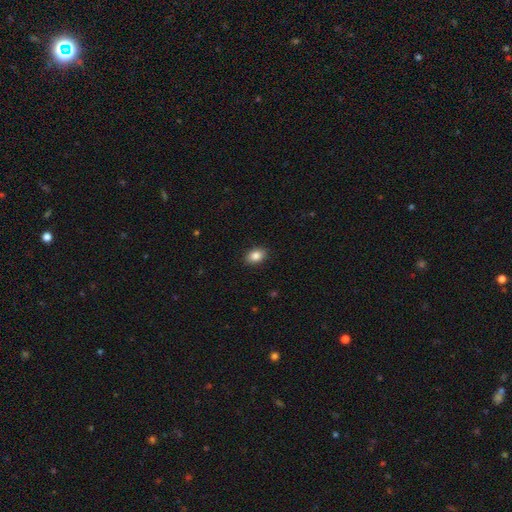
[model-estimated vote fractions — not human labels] Smooth or featured? Predicted: smooth (p=0.86). How rounded? Predicted: in between (p=0.83). Merging? Predicted: none (p=0.90).